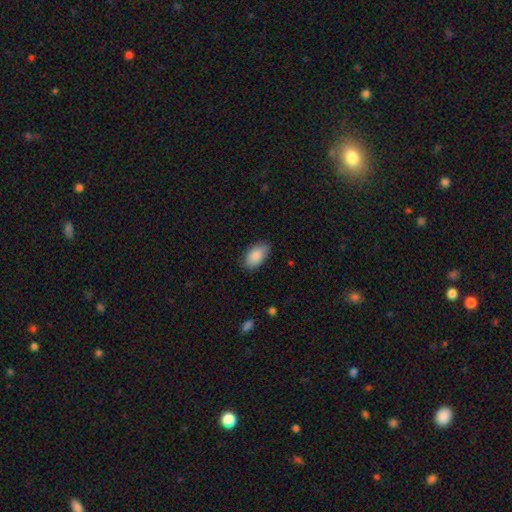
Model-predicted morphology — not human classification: This appears to be a smooth galaxy with no disk features (88%) that is in between round and cigar-shaped (94%). Merging: none (81%).